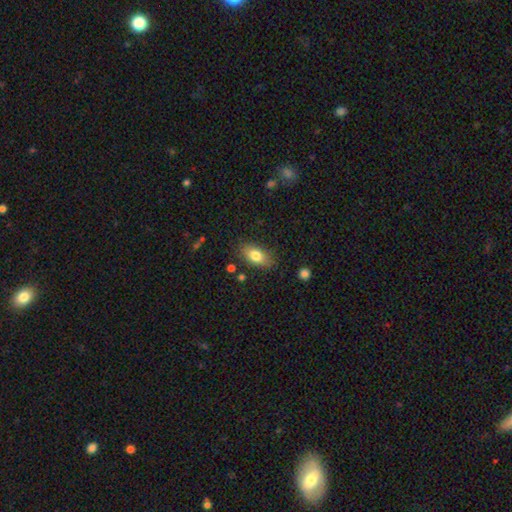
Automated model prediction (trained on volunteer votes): smooth-or-featured: smooth: 80% | featured or disk: 13% | star or artifact: 8%
  how-rounded: in between: 88% | cigar-shaped: 6% | round: 6%
  merging: none: 81% | minor disturbance: 13% | major disturbance: 3% | merger: 2%